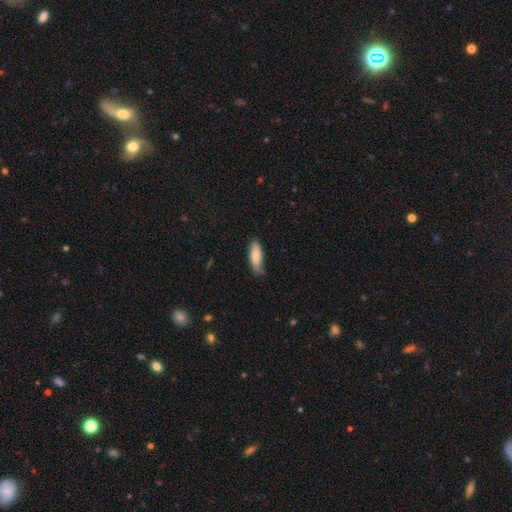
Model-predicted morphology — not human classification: type=smooth (81%); roundness=in between (55%); merging=none (65%).